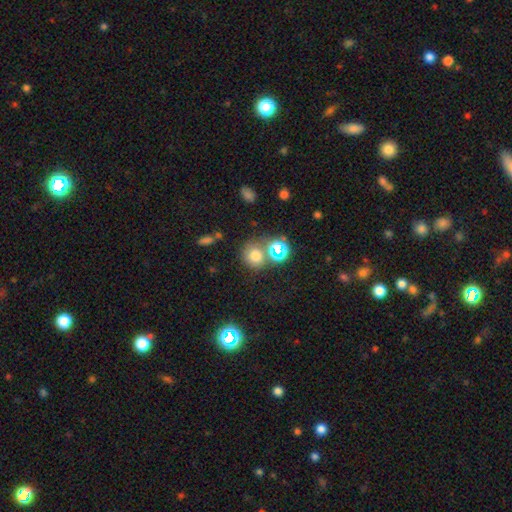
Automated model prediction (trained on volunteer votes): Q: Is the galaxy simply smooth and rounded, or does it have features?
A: smooth — 67%.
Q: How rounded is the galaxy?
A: round — 84%.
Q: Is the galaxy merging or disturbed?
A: none — 59%.